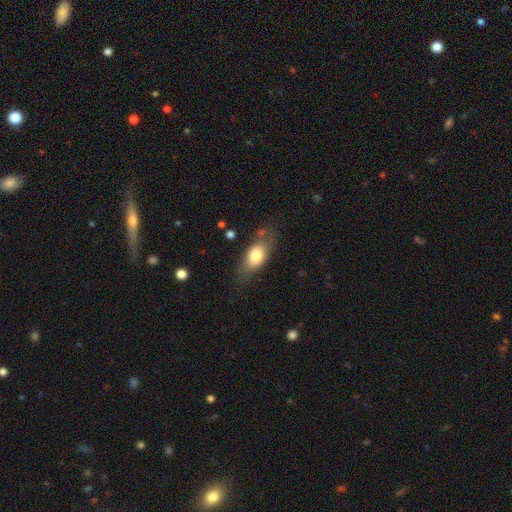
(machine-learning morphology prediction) smooth-or-featured: smooth: 72% | featured or disk: 21% | star or artifact: 7%
  how-rounded: in between: 83% | cigar-shaped: 9% | round: 8%
  merging: none: 68% | minor disturbance: 21% | major disturbance: 8% | merger: 3%